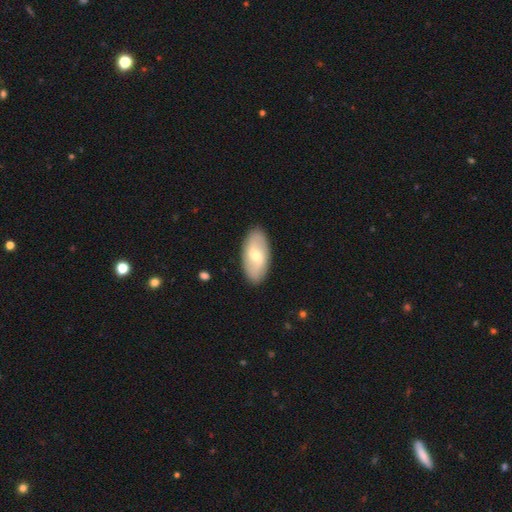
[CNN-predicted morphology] Smooth or featured? Predicted: featured or disk (p=0.47, tied with smooth). Merging? Predicted: none (p=0.89).